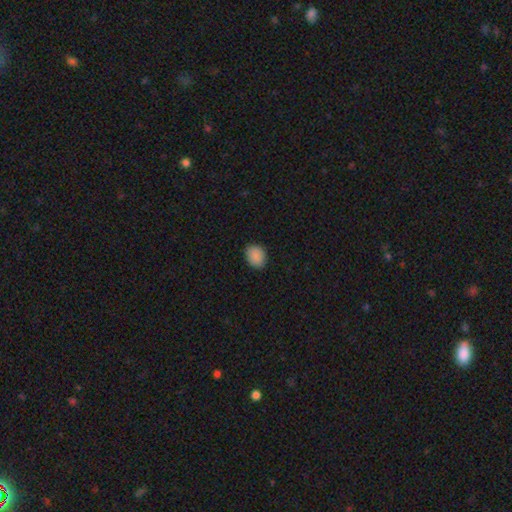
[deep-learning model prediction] Q: Smooth or featured?
A: smooth (89%); runner-up: star or artifact (8%)
Q: How rounded?
A: in between (52%); runner-up: round (47%)
Q: Merging?
A: none (88%); runner-up: minor disturbance (9%)